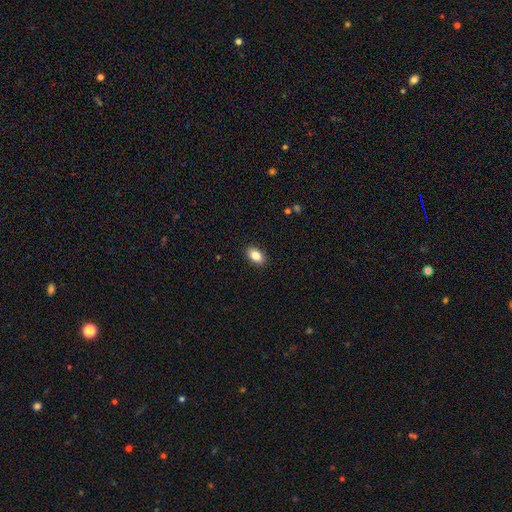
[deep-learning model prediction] Morphology: type=smooth (85%); roundness=in between (90%); merging=none (90%).